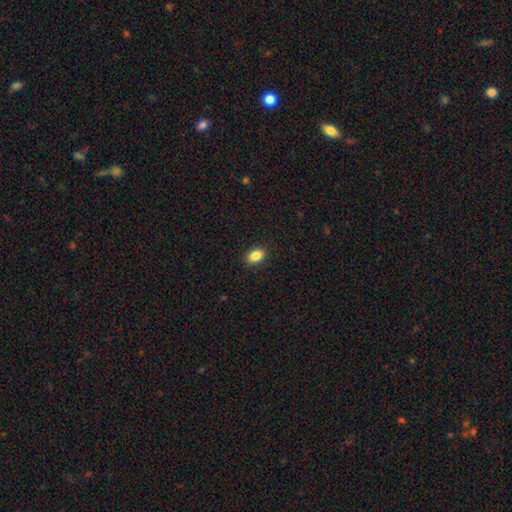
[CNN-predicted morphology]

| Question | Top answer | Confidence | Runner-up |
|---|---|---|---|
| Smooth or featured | smooth | 86% | star or artifact (9%) |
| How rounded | in between | 83% | round (16%) |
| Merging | none | 90% | minor disturbance (7%) |